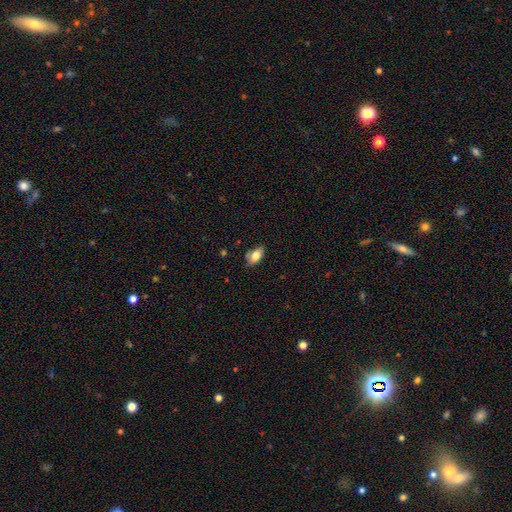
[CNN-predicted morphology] Smooth or featured? smooth (75%)
How rounded? in between (90%)
Merging? none (68%)